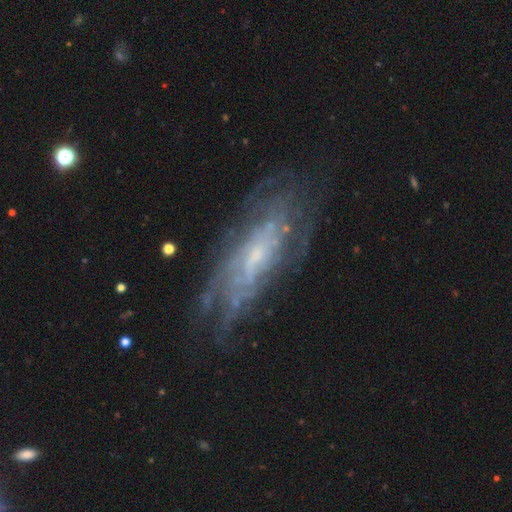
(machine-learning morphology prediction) Smooth or featured? featured or disk (78%)
Edge-on disk? no (85%)
Bar? no (63%)
Spiral arms? yes (81%)
Spiral winding? tight (61%)
Spiral arm count? can't tell (66%)
Bulge size? small (68%)
Merging? none (71%)